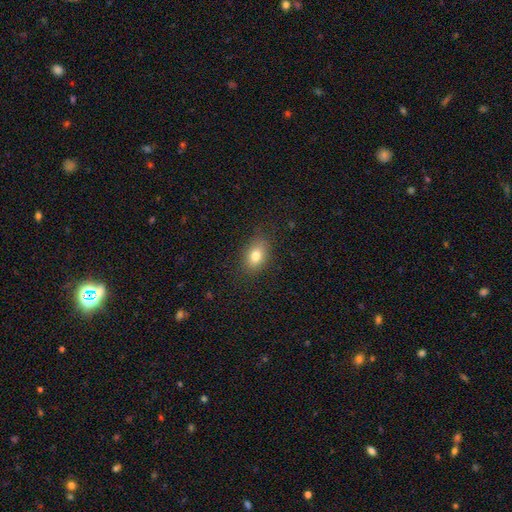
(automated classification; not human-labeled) A smooth galaxy with no disk features (79%) that is in between round and cigar-shaped (82%). Merging: none (83%).